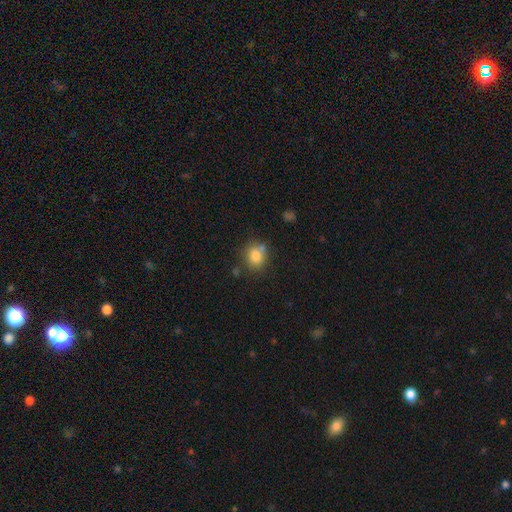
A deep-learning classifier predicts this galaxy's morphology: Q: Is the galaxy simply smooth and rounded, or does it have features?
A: smooth — 80%.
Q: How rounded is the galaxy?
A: round — 71%.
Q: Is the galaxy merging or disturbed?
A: none — 67%.